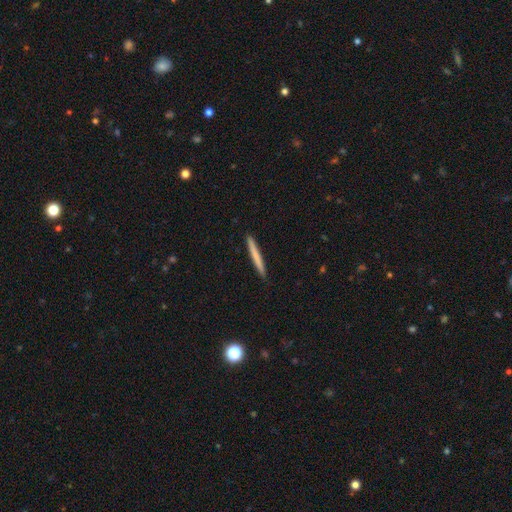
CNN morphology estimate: This is likely a smooth galaxy (69%). How rounded: clearly cigar-shaped (97%). Merging: clearly none (92%).